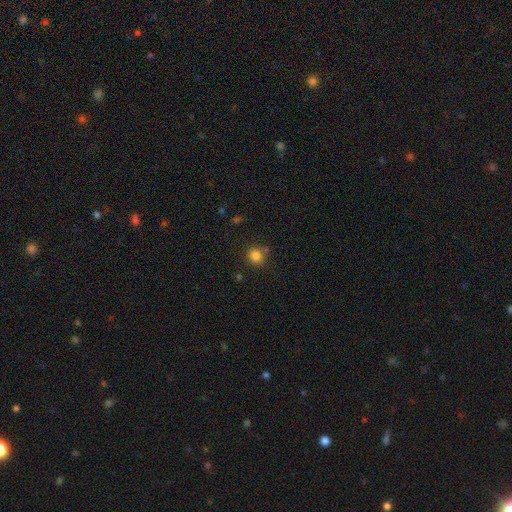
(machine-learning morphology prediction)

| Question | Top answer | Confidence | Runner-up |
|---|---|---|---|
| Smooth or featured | smooth | 83% | star or artifact (12%) |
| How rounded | round | 90% | in between (9%) |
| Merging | none | 78% | minor disturbance (11%) |